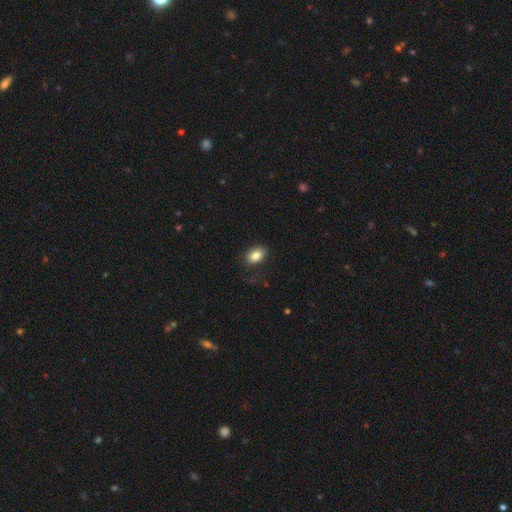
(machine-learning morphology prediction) smooth-or-featured: smooth: 84% | star or artifact: 8% | featured or disk: 8%
  how-rounded: in between: 87% | round: 12% | cigar-shaped: 1%
  merging: none: 80% | minor disturbance: 14% | major disturbance: 5% | merger: 1%